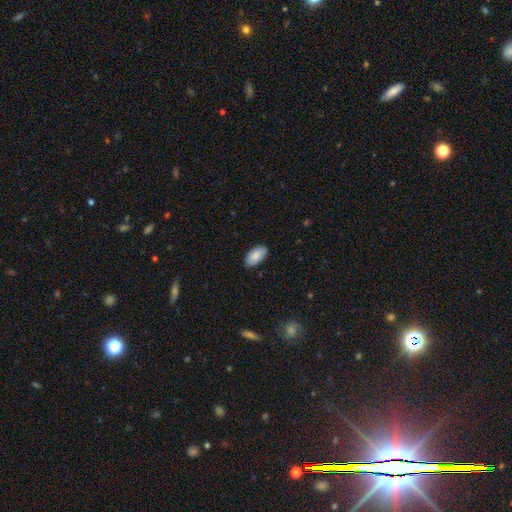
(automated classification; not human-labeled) The model was most divided on "merging": none: 86%, minor disturbance: 11%, major disturbance: 2%, merger: 1%. More confident: how rounded — in between (95%); smooth or featured — smooth (88%).